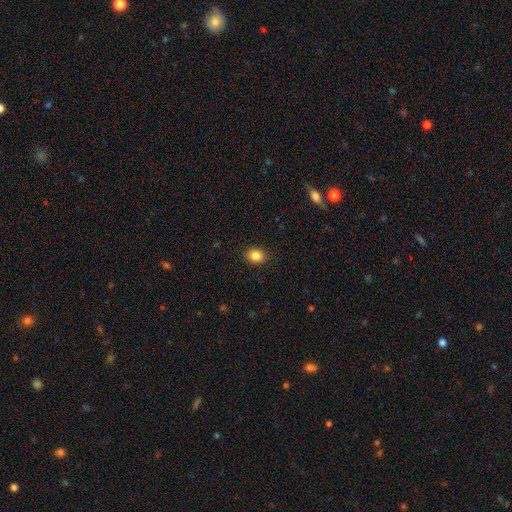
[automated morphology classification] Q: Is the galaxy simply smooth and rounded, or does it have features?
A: smooth — 85%.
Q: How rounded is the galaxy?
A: round — 54%.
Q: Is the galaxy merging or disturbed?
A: none — 90%.